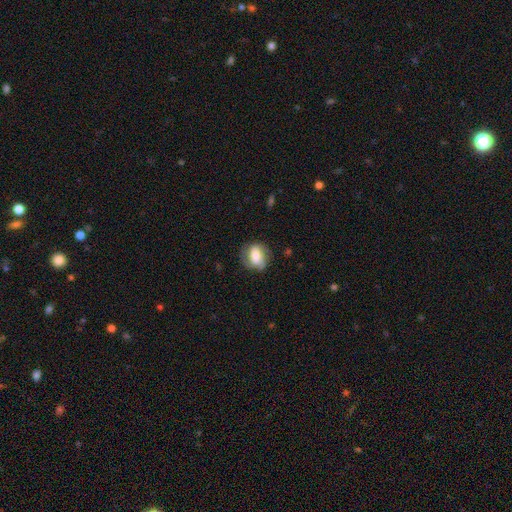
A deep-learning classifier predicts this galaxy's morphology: smooth 52%, featured or disk 40%, star or artifact 8%. Down the decision tree: how rounded — in between (62%); merging — none (65%).